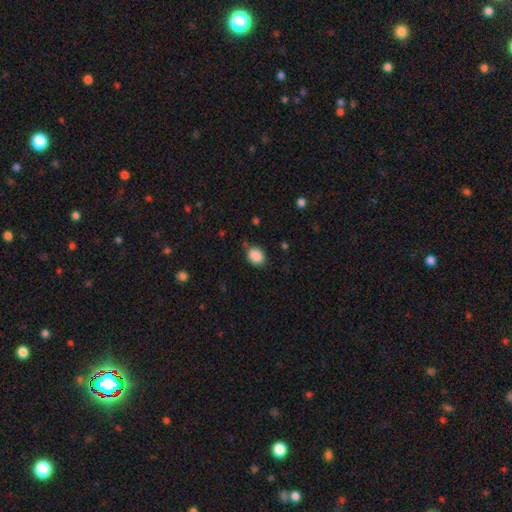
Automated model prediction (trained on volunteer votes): Smooth or featured?
  - smooth: 88% *
  - star or artifact: 8%
  - featured or disk: 3%
How rounded?
  - round: 53% *
  - in between: 46%
  - cigar-shaped: 1%
Merging?
  - none: 76% *
  - minor disturbance: 17%
  - major disturbance: 4%
  - merger: 3%